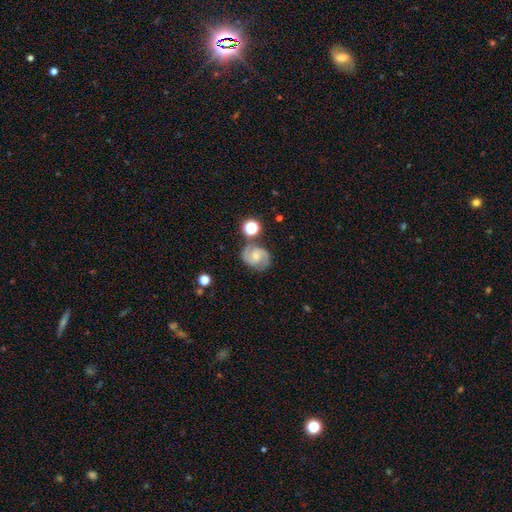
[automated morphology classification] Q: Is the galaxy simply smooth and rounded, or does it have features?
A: featured or disk — 82%.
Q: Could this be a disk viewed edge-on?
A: no — 98%.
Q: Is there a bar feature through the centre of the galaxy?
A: no — 50%.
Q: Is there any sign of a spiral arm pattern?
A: yes — 97%.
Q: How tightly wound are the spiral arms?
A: medium — 55%.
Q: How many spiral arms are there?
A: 2 — 92%.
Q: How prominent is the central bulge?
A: small — 51%.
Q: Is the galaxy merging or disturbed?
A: none — 75%.